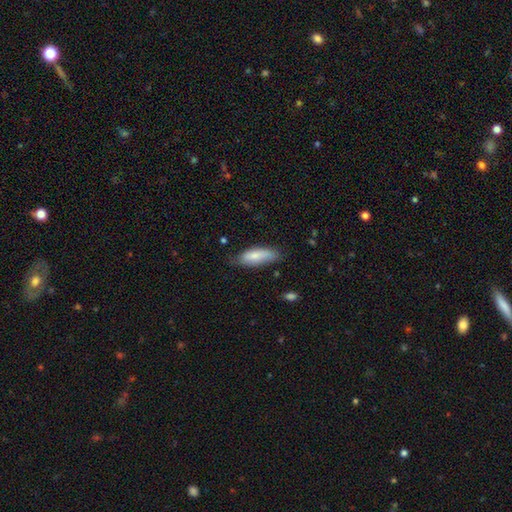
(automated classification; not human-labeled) smooth-or-featured: smooth: 79% | featured or disk: 15% | star or artifact: 6%
  how-rounded: in between: 67% | cigar-shaped: 31% | round: 2%
  merging: none: 66% | minor disturbance: 27% | major disturbance: 5% | merger: 2%